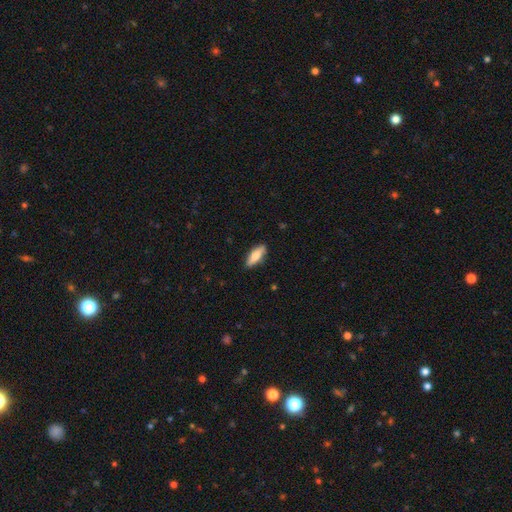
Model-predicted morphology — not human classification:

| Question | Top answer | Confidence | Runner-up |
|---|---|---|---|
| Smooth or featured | smooth | 77% | featured or disk (17%) |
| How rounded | in between | 64% | cigar-shaped (33%) |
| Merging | none | 82% | minor disturbance (15%) |